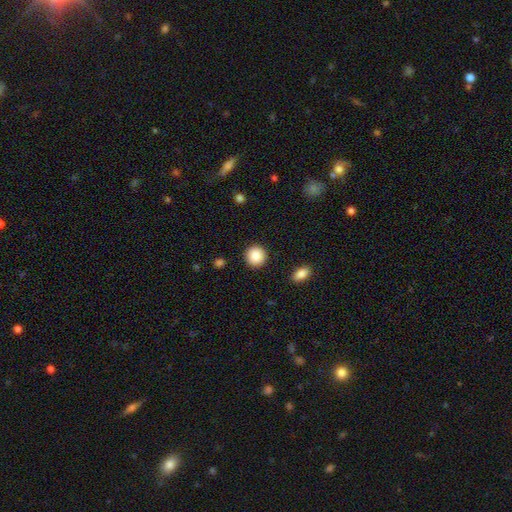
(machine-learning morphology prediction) Overall: smooth (88%). How rounded: round (93%). Merging: none (92%).